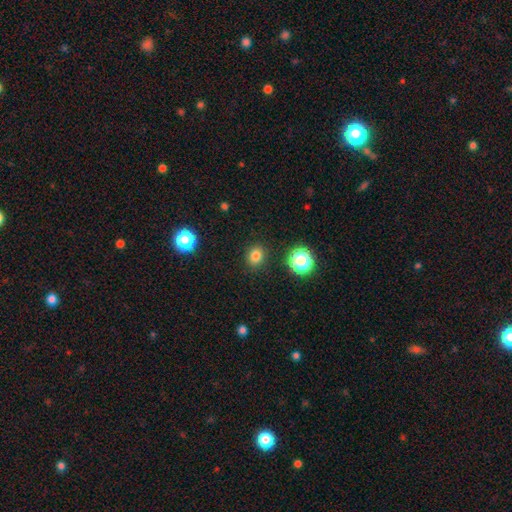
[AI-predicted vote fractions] Q: Smooth or featured?
A: smooth (79%); runner-up: star or artifact (16%)
Q: How rounded?
A: round (74%); runner-up: in between (25%)
Q: Merging?
A: none (89%); runner-up: minor disturbance (7%)